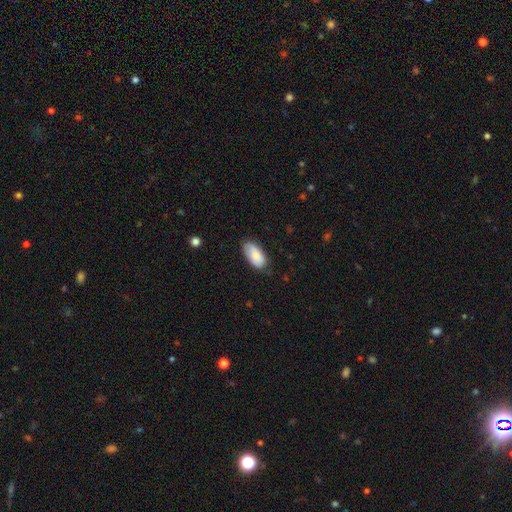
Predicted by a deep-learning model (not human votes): A smooth galaxy with no disk features (81%) that is in between round and cigar-shaped (94%).

Vote fractions:
- Smooth or featured? smooth: 81% / featured or disk: 12% / star or artifact: 6%
- How rounded? in between: 94% / cigar-shaped: 4% / round: 2%
- Merging? none: 74% / minor disturbance: 21% / major disturbance: 4% / merger: 1%